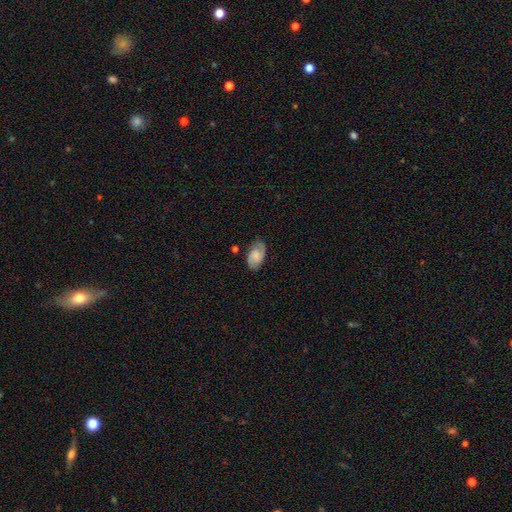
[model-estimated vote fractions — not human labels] This is possibly a smooth galaxy (47%). Merging: likely none (72%).